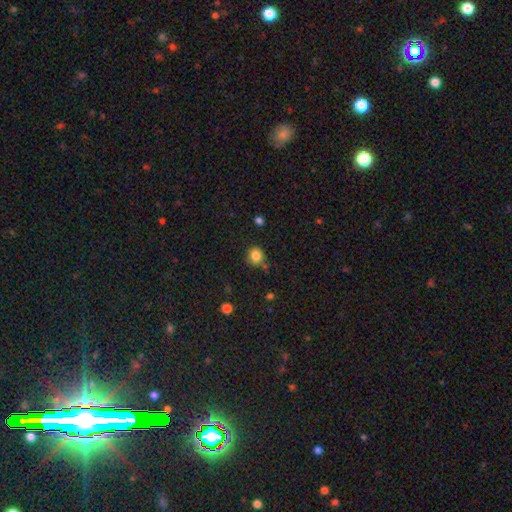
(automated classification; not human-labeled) Smooth or featured? smooth (84%)
How rounded? round (87%)
Merging? none (78%)